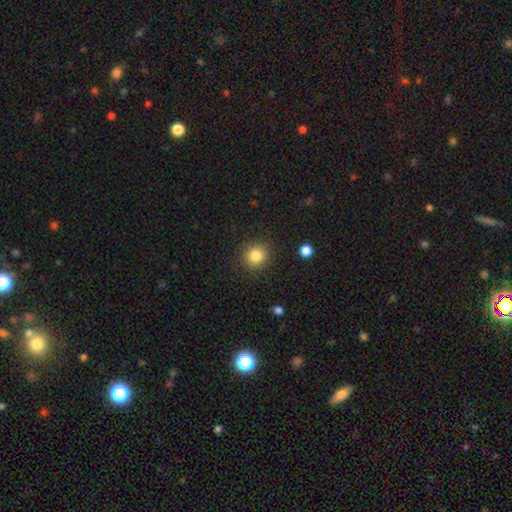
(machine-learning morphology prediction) Q: Smooth or featured?
A: smooth (83%); runner-up: star or artifact (11%)
Q: How rounded?
A: round (92%); runner-up: in between (7%)
Q: Merging?
A: none (90%); runner-up: minor disturbance (6%)